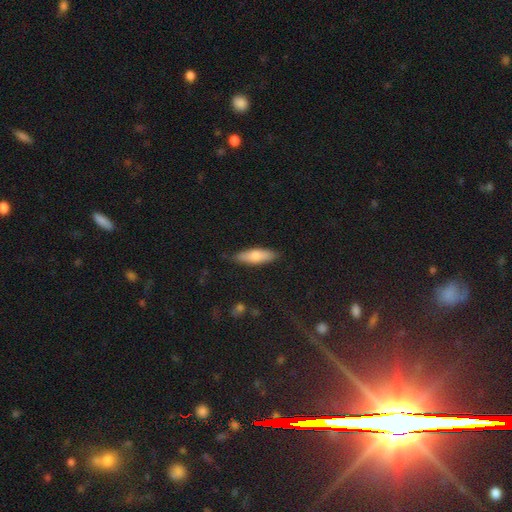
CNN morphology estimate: Overall: smooth (74%). How rounded: cigar-shaped (49%, tied with in between). Merging: none (83%).